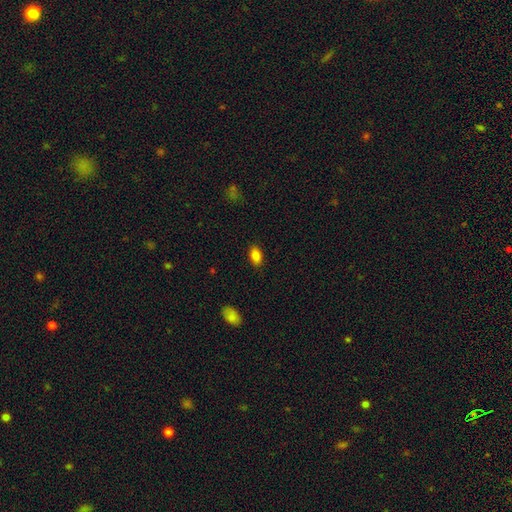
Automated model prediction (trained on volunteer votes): The model was most divided on "smooth or featured": smooth: 85%, star or artifact: 9%, featured or disk: 6%. More confident: how rounded — in between (91%); merging — none (88%).